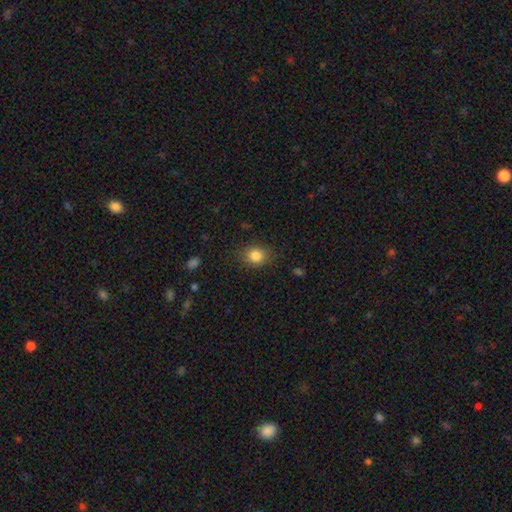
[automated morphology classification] smooth 84%, star or artifact 10%, featured or disk 6%. Down the decision tree: how rounded — round (57%); merging — none (83%).